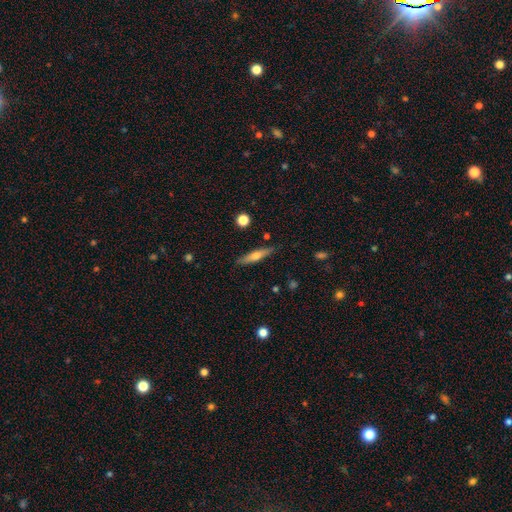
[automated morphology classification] smooth-or-featured: smooth: 50% | featured or disk: 44% | star or artifact: 7%
  merging: none: 87% | minor disturbance: 9% | major disturbance: 2% | merger: 2%